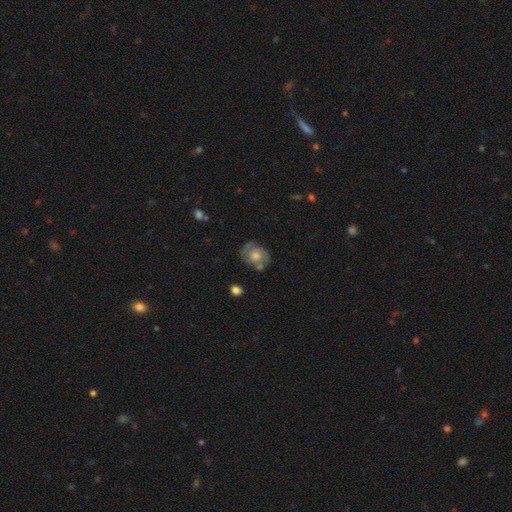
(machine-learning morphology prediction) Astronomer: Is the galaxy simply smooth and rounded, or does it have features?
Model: smooth — 47% (runner-up: featured or disk, 46%).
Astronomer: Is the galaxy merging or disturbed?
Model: none — 59%.